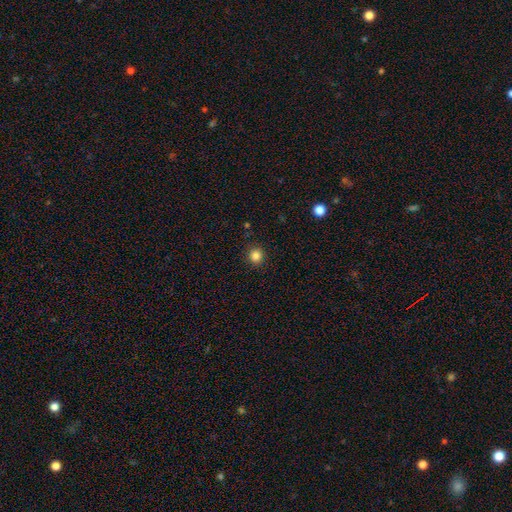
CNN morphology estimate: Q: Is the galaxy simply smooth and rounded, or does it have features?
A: smooth — 85%.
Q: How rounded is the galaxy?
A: round — 91%.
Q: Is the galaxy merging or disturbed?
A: none — 91%.